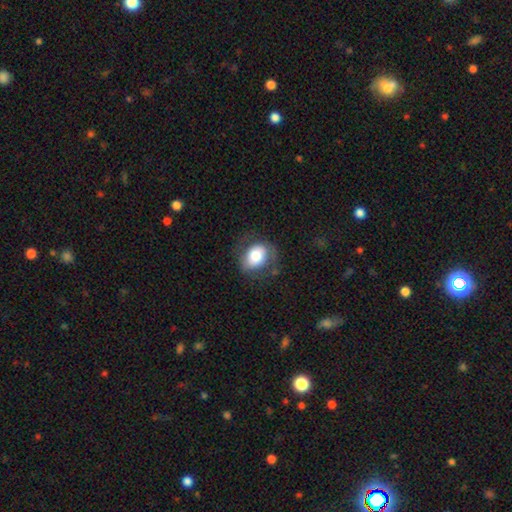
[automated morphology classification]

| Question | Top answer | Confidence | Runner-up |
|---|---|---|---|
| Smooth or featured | smooth | 70% | featured or disk (23%) |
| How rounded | in between | 59% | round (40%) |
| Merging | none | 68% | minor disturbance (20%) |